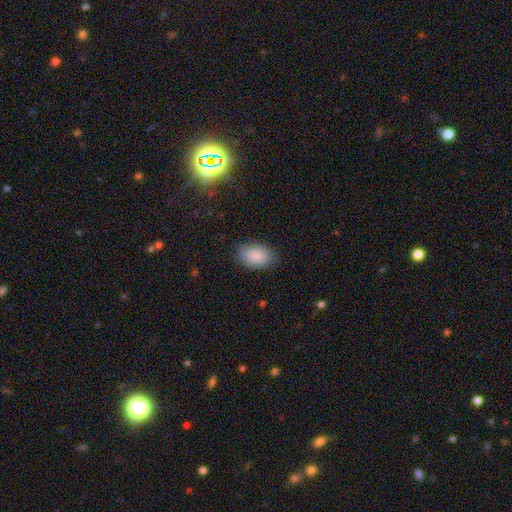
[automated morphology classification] smooth-or-featured: smooth: 88% | star or artifact: 7% | featured or disk: 5%
  how-rounded: in between: 88% | round: 11% | cigar-shaped: 1%
  merging: none: 83% | minor disturbance: 13% | major disturbance: 3% | merger: 1%